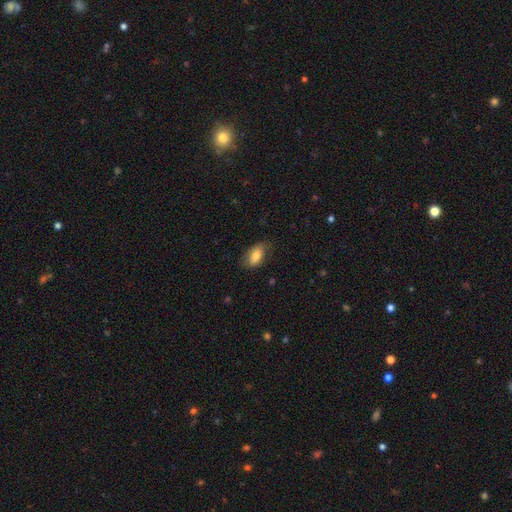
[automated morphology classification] smooth 76%, featured or disk 17%, star or artifact 7%. Down the decision tree: how rounded — in between (91%); merging — none (68%).